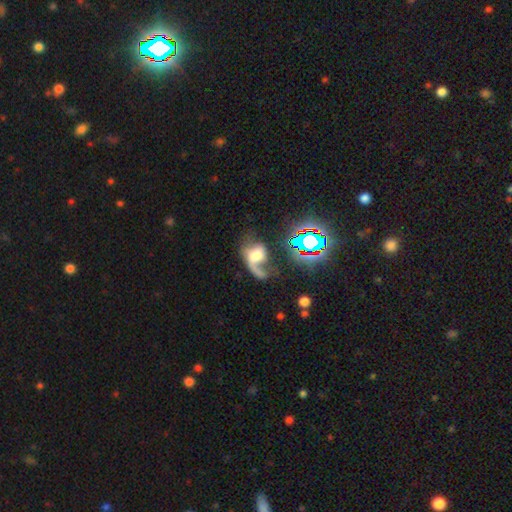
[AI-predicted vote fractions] Smooth or featured: featured or disk — 57% (smooth — 29%)
Edge-on disk: no — 96% (yes — 4%)
Bar: no — 64% (weak — 26%)
Spiral arms: yes — 76% (no — 24%)
Bulge size: moderate — 32% (large — 31%)
Merging: major disturbance — 48% (none — 21%)